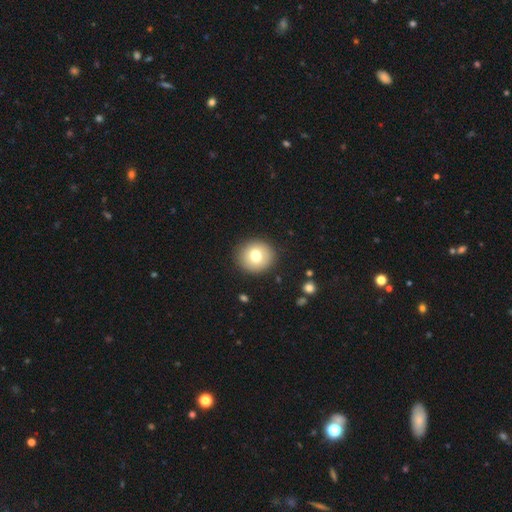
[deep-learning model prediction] smooth_or_featured: smooth (p=0.74) [alt: featured or disk p=0.16]
how_rounded: round (p=0.87) [alt: in between p=0.12]
merging: none (p=0.89) [alt: minor disturbance p=0.07]